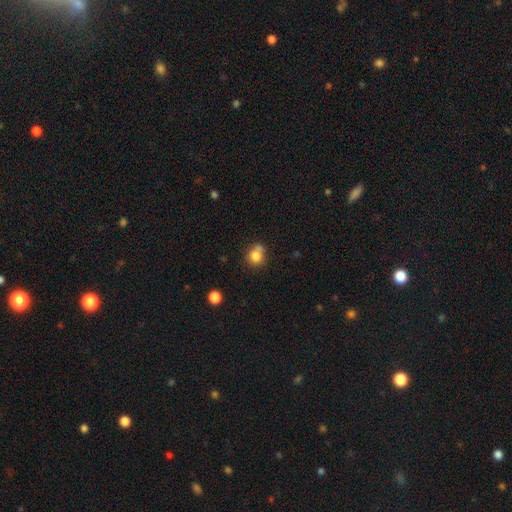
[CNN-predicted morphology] A smooth galaxy with no disk features (80%) that is round (78%). Merging: none (54%).